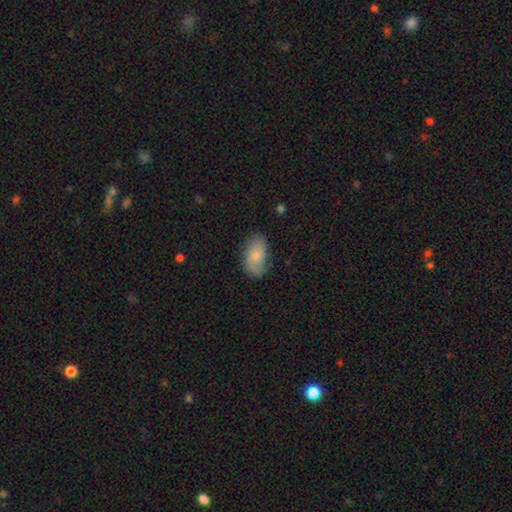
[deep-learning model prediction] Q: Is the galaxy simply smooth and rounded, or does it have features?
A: smooth — 65%.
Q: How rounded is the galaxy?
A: in between — 92%.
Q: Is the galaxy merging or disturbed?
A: none — 72%.